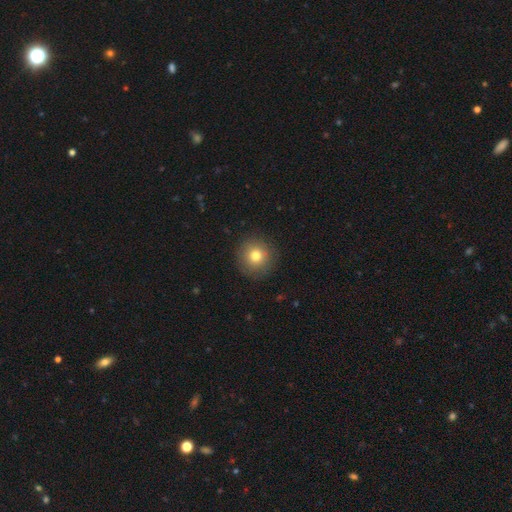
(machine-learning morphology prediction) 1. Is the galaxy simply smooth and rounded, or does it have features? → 77% smooth, 11% featured or disk, 11% star or artifact.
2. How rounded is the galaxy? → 94% round, 5% in between, 1% cigar-shaped.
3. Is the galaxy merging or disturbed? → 89% none, 7% minor disturbance, 3% major disturbance, 1% merger.